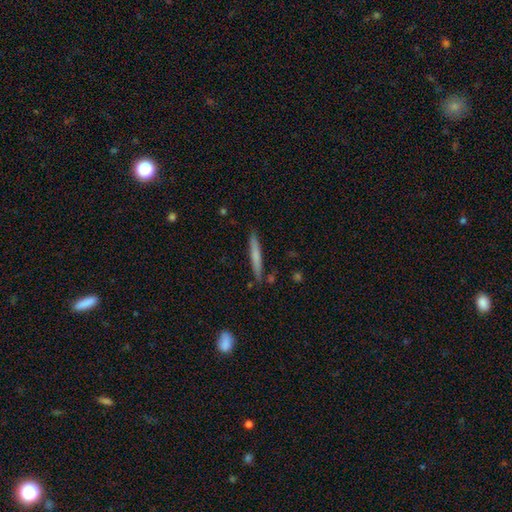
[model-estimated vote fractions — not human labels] This is likely a smooth galaxy (64%). How rounded: clearly cigar-shaped (96%). Merging: clearly none (87%).